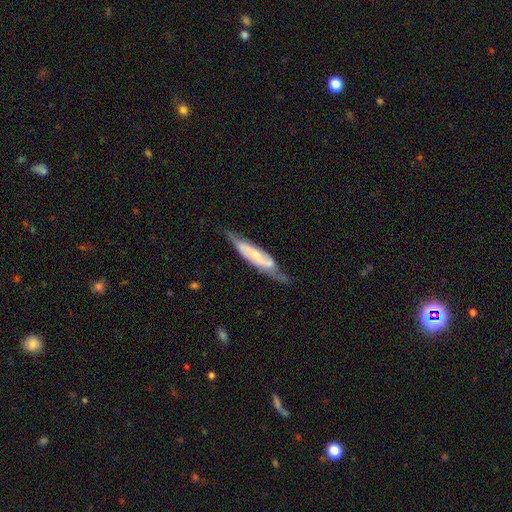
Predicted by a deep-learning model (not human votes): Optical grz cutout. It shows a featured or disk galaxy (69%). Merging: none (63%).